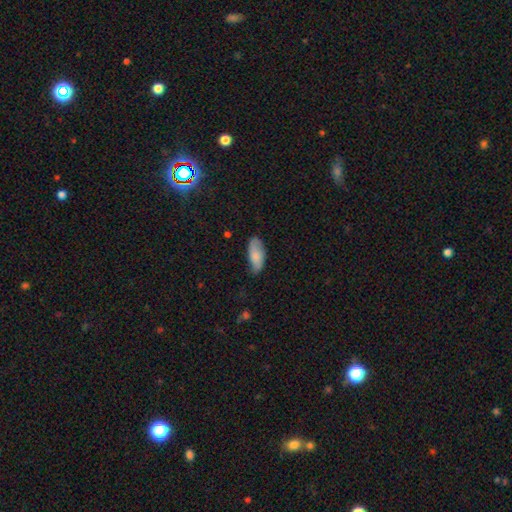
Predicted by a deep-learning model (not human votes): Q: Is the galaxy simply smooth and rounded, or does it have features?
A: smooth — 77%.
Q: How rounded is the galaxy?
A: in between — 85%.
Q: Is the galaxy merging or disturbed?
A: none — 64%.